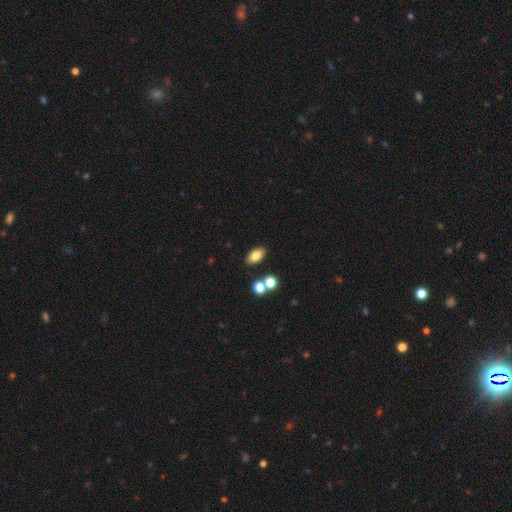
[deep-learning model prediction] Smooth or featured? smooth (79%)
How rounded? in between (90%)
Merging? none (80%)